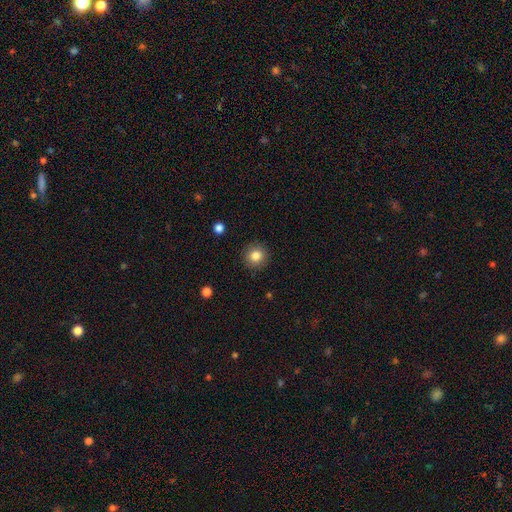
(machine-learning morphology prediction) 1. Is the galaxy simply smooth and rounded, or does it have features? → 83% smooth, 10% star or artifact, 7% featured or disk.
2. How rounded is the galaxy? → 92% round, 7% in between, 1% cigar-shaped.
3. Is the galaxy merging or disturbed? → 90% none, 7% minor disturbance, 2% major disturbance, 1% merger.